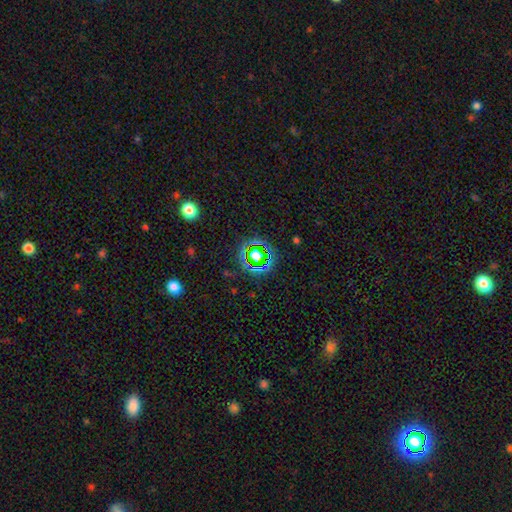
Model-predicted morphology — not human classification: Overall: star or artifact (63%; smooth 25%).